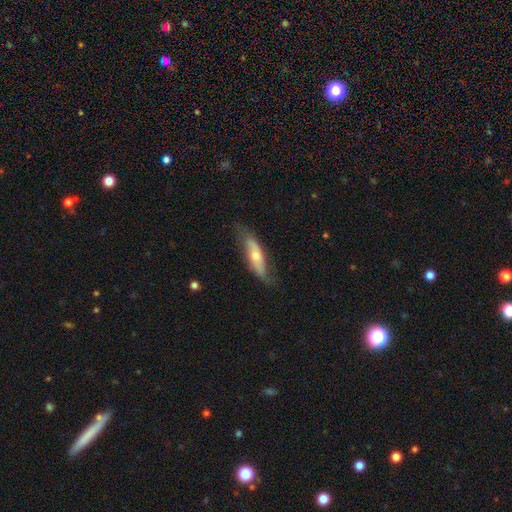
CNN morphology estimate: Smooth or featured? Predicted: featured or disk (p=0.52). Edge-on disk? Predicted: no (p=0.60). Merging? Predicted: none (p=0.66).